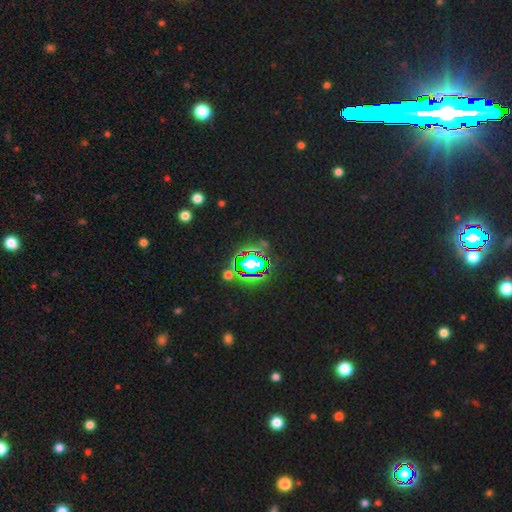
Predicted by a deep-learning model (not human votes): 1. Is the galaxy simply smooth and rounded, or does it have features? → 81% star or artifact, 12% smooth, 7% featured or disk.